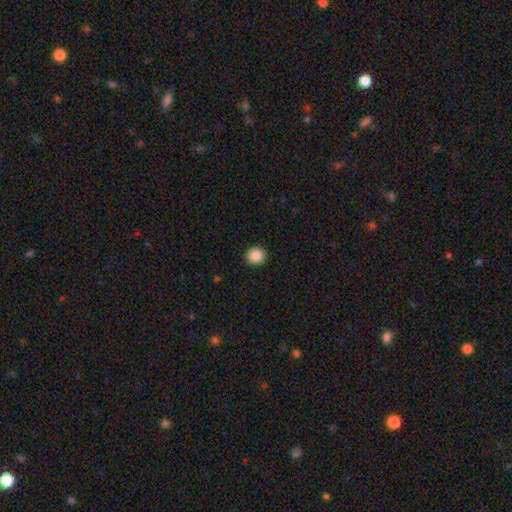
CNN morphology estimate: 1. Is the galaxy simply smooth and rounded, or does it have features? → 87% smooth, 9% star or artifact, 4% featured or disk.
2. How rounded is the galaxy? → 92% round, 7% in between, 1% cigar-shaped.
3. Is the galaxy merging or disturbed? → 93% none, 5% minor disturbance, 2% major disturbance, 1% merger.